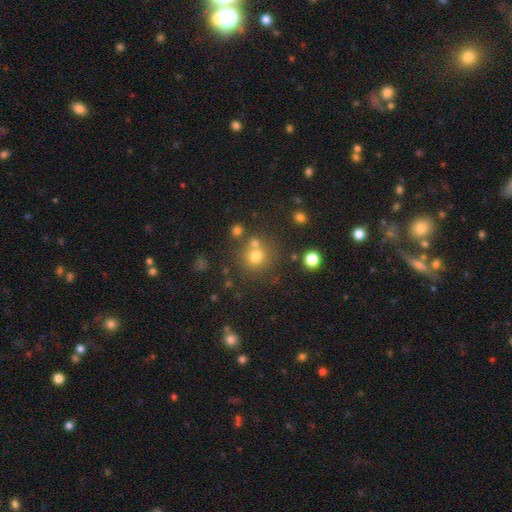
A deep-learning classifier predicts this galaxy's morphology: Smooth or featured? smooth (73%)
How rounded? round (88%)
Merging? none (66%)